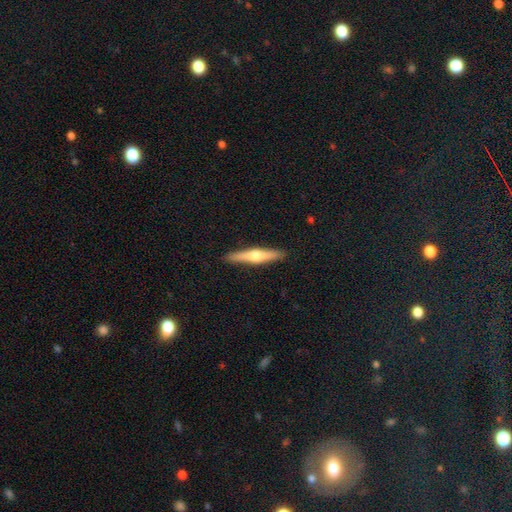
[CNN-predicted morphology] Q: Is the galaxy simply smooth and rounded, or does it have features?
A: featured or disk — 57%.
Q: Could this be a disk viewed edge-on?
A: yes — 97%.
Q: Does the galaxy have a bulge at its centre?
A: rounded — 91%.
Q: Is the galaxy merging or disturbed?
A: none — 91%.